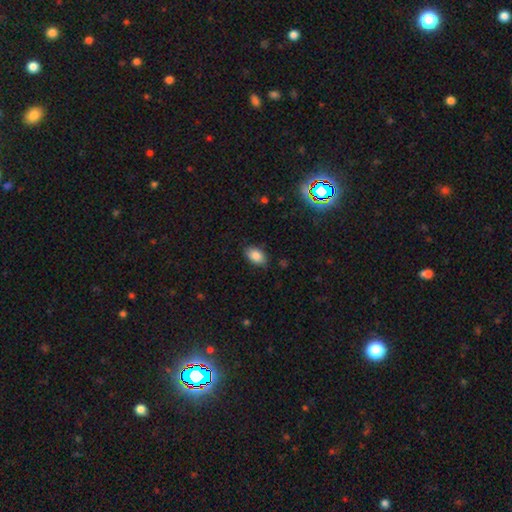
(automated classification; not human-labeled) Q: Smooth or featured?
A: smooth (85%); runner-up: star or artifact (9%)
Q: How rounded?
A: in between (90%); runner-up: round (8%)
Q: Merging?
A: none (83%); runner-up: minor disturbance (13%)